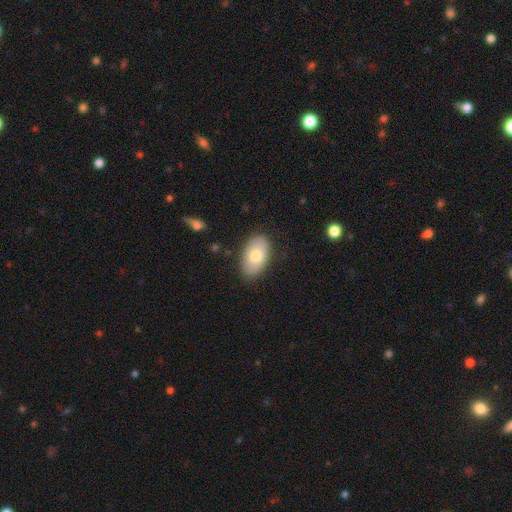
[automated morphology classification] type=smooth (74%); roundness=in between (93%); merging=none (84%).